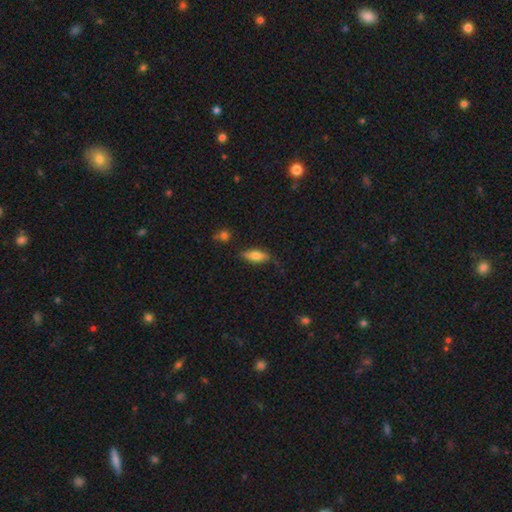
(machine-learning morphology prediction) Smooth or featured: smooth — 74% (featured or disk — 18%)
How rounded: in between — 73% (cigar-shaped — 24%)
Merging: none — 73% (minor disturbance — 19%)